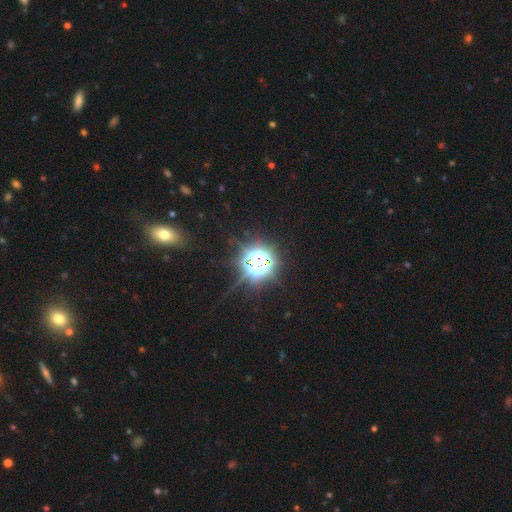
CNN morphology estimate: smooth_or_featured: star or artifact (p=0.81) [alt: smooth p=0.11]